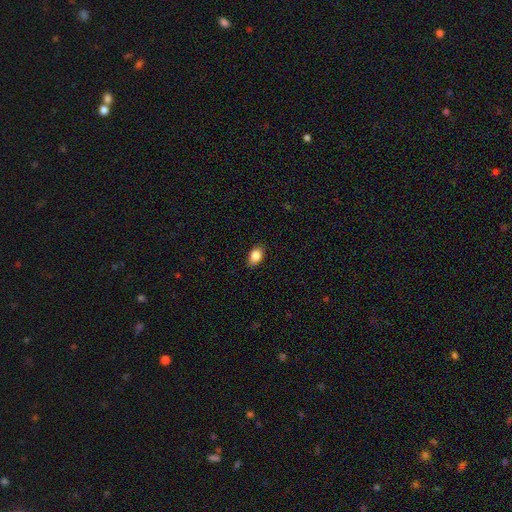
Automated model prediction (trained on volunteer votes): This is clearly a smooth galaxy (86%). How rounded: clearly in between (83%). Merging: clearly none (84%).